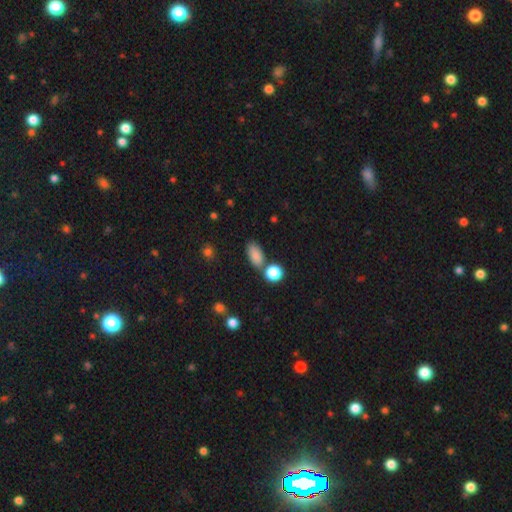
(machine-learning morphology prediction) The model was most divided on "merging": none: 68%, minor disturbance: 14%, merger: 14%, major disturbance: 4%. More confident: how rounded — in between (87%); smooth or featured — smooth (83%).